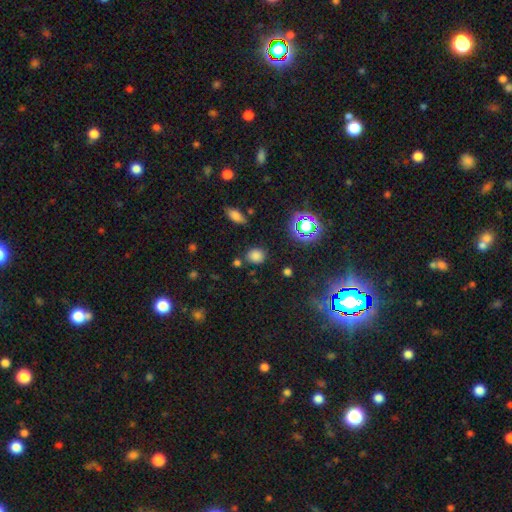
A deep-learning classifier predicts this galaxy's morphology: Smooth or featured? Predicted: smooth (p=0.75). How rounded? Predicted: round (p=0.76). Merging? Predicted: none (p=0.80).